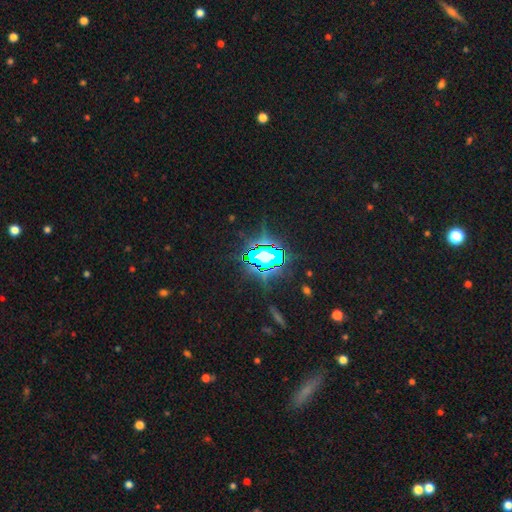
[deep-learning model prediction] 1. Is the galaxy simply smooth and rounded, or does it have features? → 76% star or artifact, 13% smooth, 11% featured or disk.